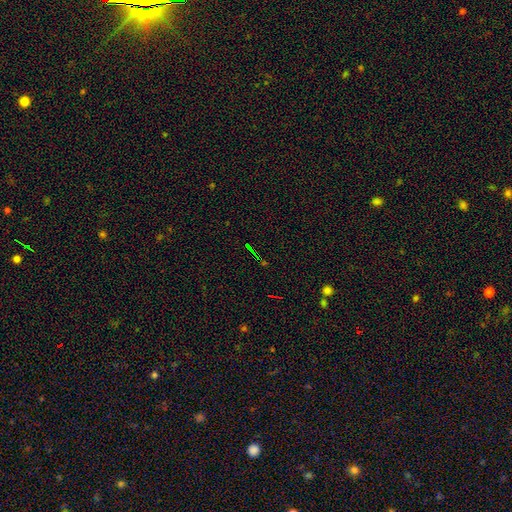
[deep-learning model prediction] A star or artifact, not a galaxy (75%).